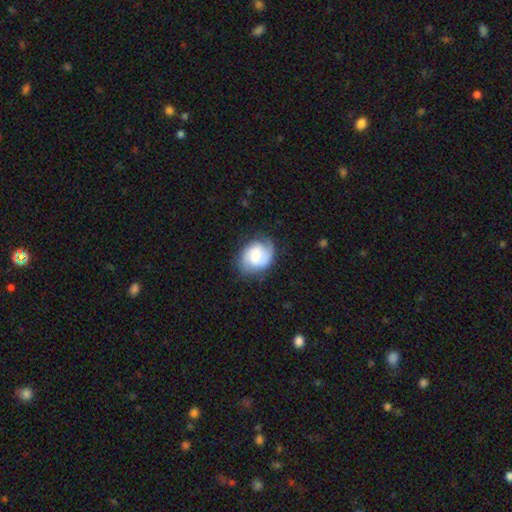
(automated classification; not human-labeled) Smooth or featured?
  - featured or disk: 50% *
  - smooth: 43%
  - star or artifact: 7%
Merging?
  - none: 66% *
  - minor disturbance: 23%
  - major disturbance: 9%
  - merger: 2%